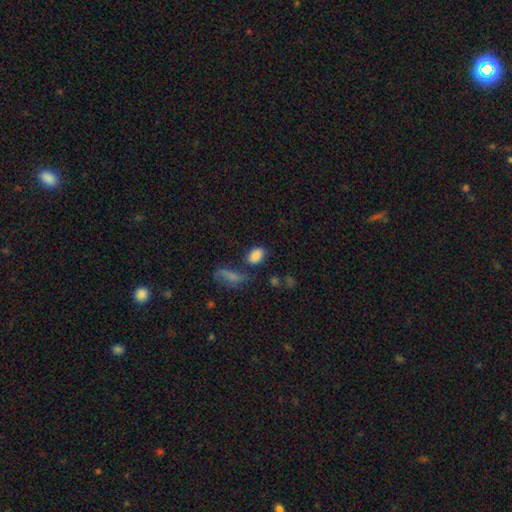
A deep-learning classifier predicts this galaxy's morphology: Q: Smooth or featured?
A: smooth (85%); runner-up: star or artifact (9%)
Q: How rounded?
A: in between (89%); runner-up: round (9%)
Q: Merging?
A: none (67%); runner-up: minor disturbance (14%)